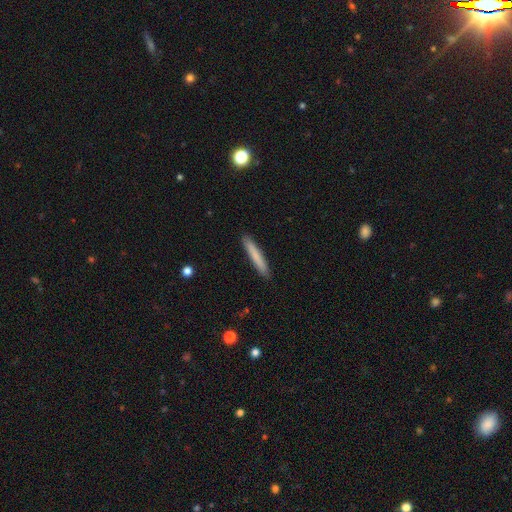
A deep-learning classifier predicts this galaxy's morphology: This appears to be a smooth galaxy with no disk features (78%) that is cigar-shaped (95%). Merging: none (91%).